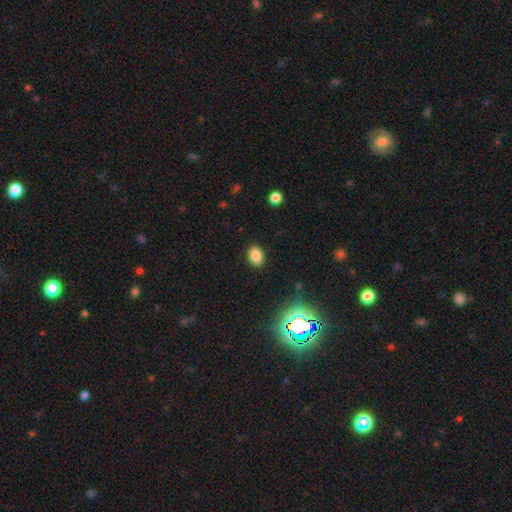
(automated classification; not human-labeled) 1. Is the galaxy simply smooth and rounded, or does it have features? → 83% smooth, 12% star or artifact, 5% featured or disk.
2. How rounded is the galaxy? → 78% in between, 20% round, 1% cigar-shaped.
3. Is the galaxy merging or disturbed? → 89% none, 8% minor disturbance, 2% major disturbance, 1% merger.